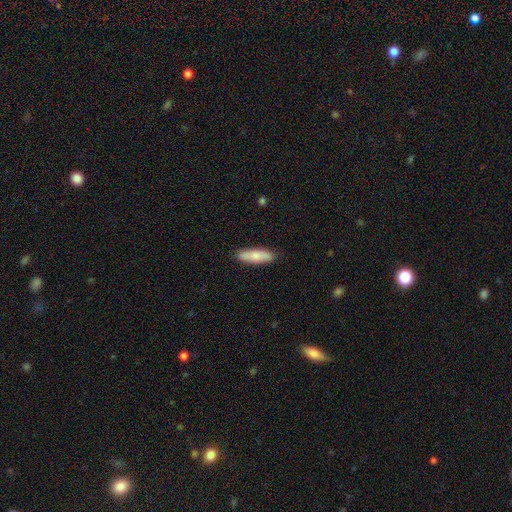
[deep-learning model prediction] smooth 78%, featured or disk 17%, star or artifact 5%. Down the decision tree: how rounded — cigar-shaped (52%); merging — none (87%).